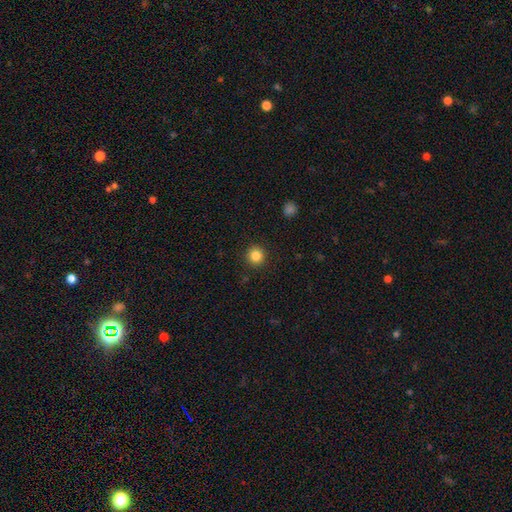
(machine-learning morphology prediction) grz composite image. It shows a smooth galaxy with no disk features (84%) that is round (95%). Merging: none (92%).